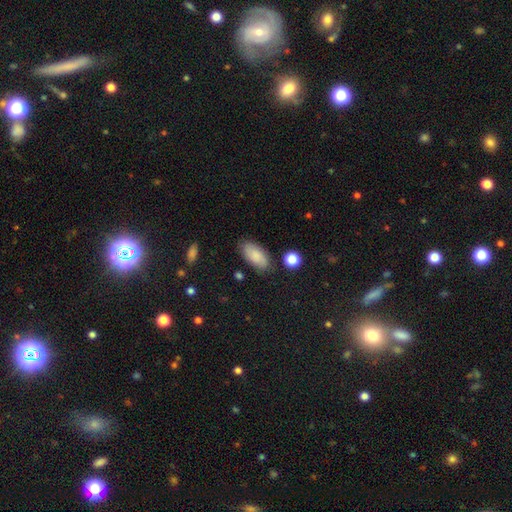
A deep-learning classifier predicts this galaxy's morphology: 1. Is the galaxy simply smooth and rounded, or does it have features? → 83% smooth, 10% featured or disk, 7% star or artifact.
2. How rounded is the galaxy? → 92% in between, 6% cigar-shaped, 3% round.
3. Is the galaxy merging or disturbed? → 80% none, 14% minor disturbance, 3% major disturbance, 3% merger.